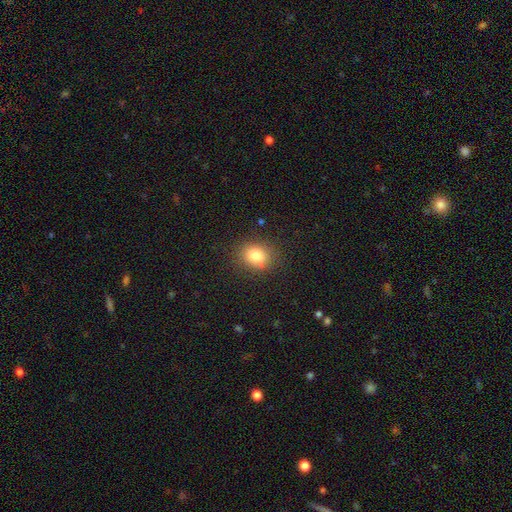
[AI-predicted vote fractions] The model was most divided on "how rounded": round: 55%, in between: 44%, cigar-shaped: 1%. More confident: merging — none (83%); smooth or featured — smooth (82%).